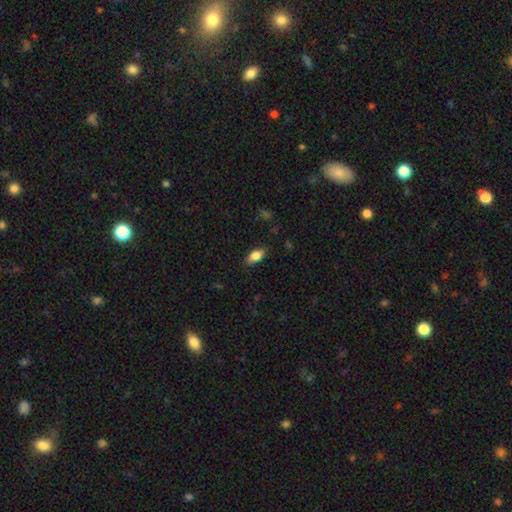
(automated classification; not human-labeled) This is clearly a smooth galaxy (81%). How rounded: clearly in between (87%). Merging: clearly none (82%).